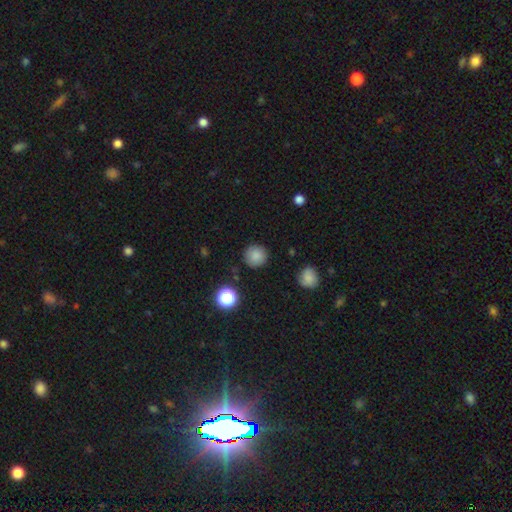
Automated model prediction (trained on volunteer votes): Morphology: type=smooth (84%); roundness=round (95%); merging=none (88%).